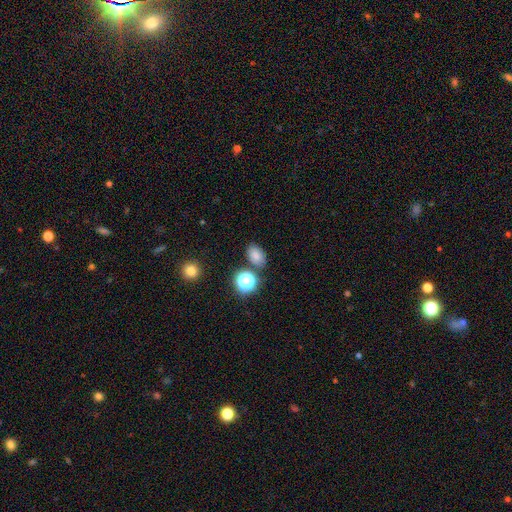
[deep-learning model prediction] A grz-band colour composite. It shows a smooth galaxy with no disk features (77%) that is in between round and cigar-shaped (75%). Merging: none (78%).